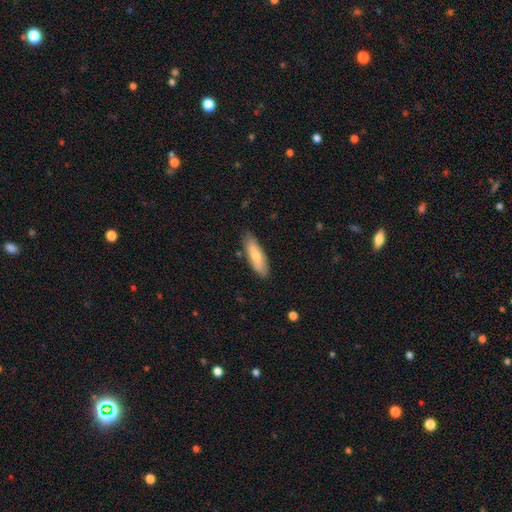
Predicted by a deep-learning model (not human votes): Smooth or featured: smooth — 68% (featured or disk — 26%)
How rounded: in between — 50% (cigar-shaped — 49%)
Merging: none — 83% (minor disturbance — 13%)